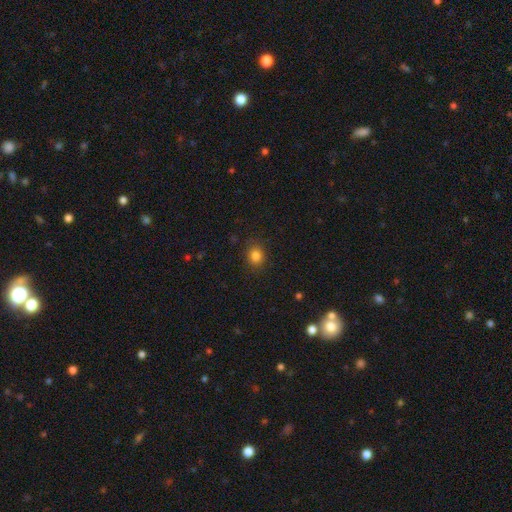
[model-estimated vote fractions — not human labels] This is clearly a smooth galaxy (83%). How rounded: likely round (74%). Merging: clearly none (87%).